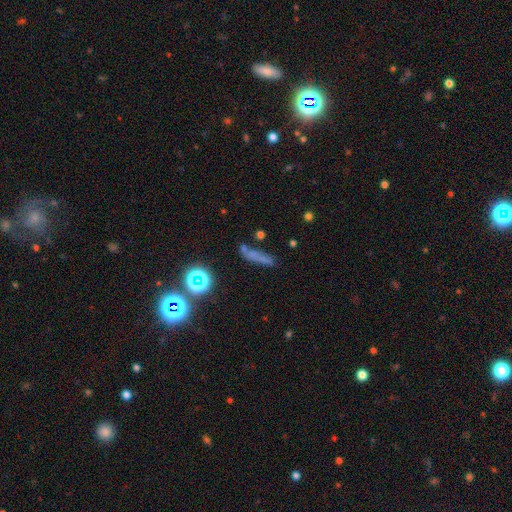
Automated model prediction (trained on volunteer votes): smooth 49%, star or artifact 29%, featured or disk 22%. Down the decision tree: merging — none (64%).